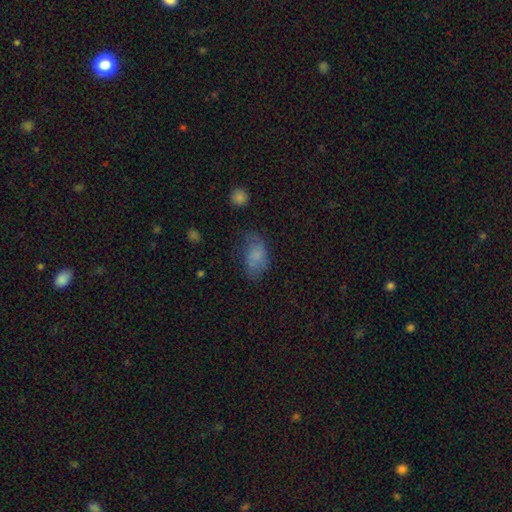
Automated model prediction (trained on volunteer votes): smooth_or_featured: smooth (p=0.70) [alt: featured or disk p=0.20]
how_rounded: in between (p=0.90) [alt: round p=0.08]
merging: none (p=0.51) [alt: minor disturbance p=0.30]